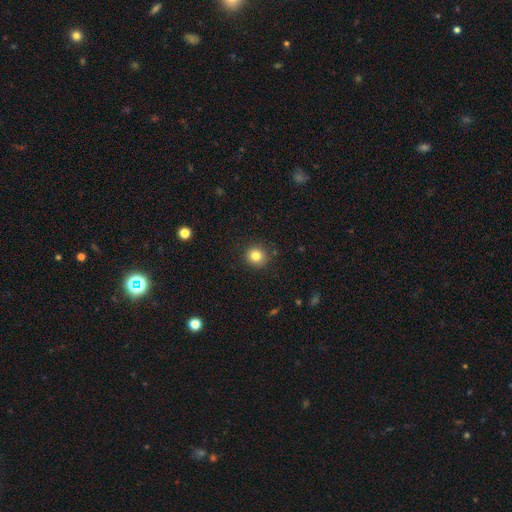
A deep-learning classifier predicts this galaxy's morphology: A smooth galaxy with no disk features (82%) that is round (92%). Merging: none (90%).